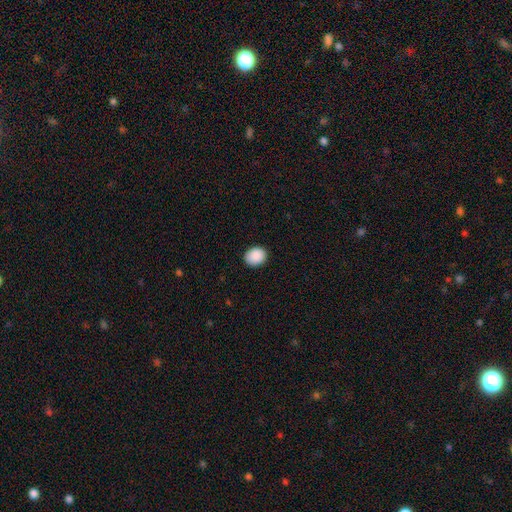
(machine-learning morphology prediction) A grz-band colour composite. It shows a smooth galaxy with no disk features (90%) that is round (55%). Merging: none (90%).